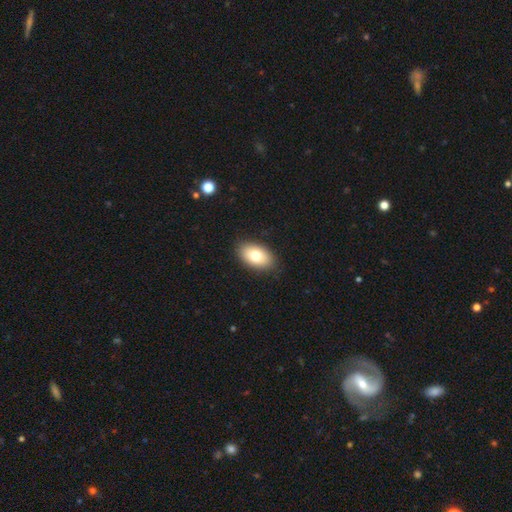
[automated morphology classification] A smooth galaxy with no disk features (75%) that is in between round and cigar-shaped (91%). Merging: none (88%).